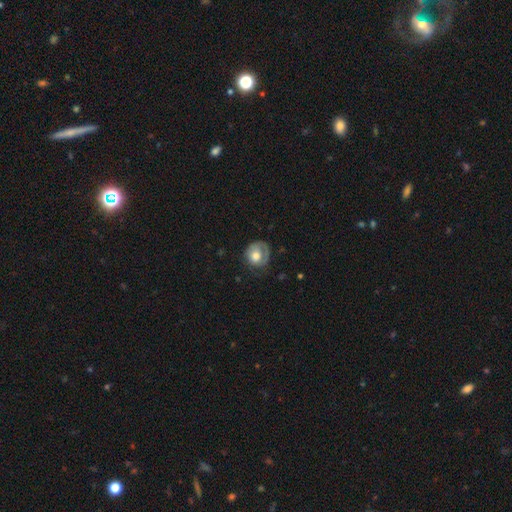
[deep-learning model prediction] smooth 54%, featured or disk 39%, star or artifact 7%. Down the decision tree: how rounded — round (78%); merging — none (52%).